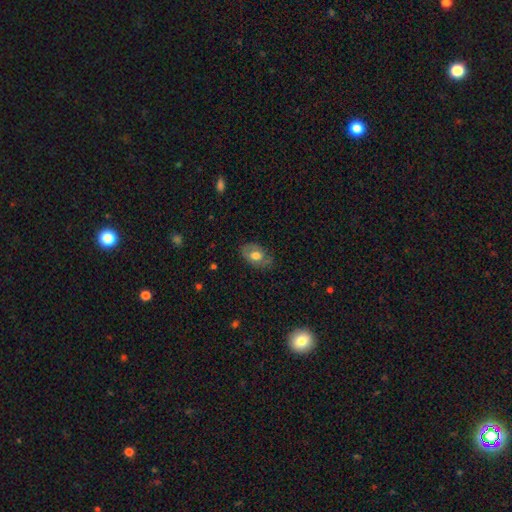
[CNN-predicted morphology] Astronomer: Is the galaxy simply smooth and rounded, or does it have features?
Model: smooth — 58% (runner-up: featured or disk, 34%).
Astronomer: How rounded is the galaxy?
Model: in between — 82%.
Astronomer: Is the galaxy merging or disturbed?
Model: none — 69%.